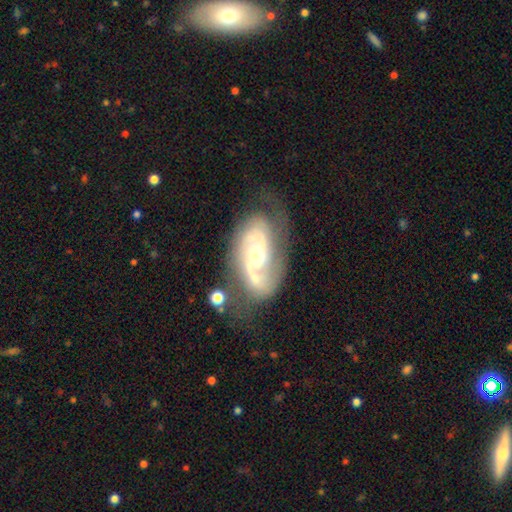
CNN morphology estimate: This is clearly a featured or disk galaxy (85%). It is clearly not viewed edge-on (96%). Bar: likely no (65%). Spiral arm pattern: clearly yes (95%). Spiral arm count: likely 2 (69%). Spiral winding: marginally medium (45%). Central bulge: possibly moderate (50%). Merging: possibly none (55%).